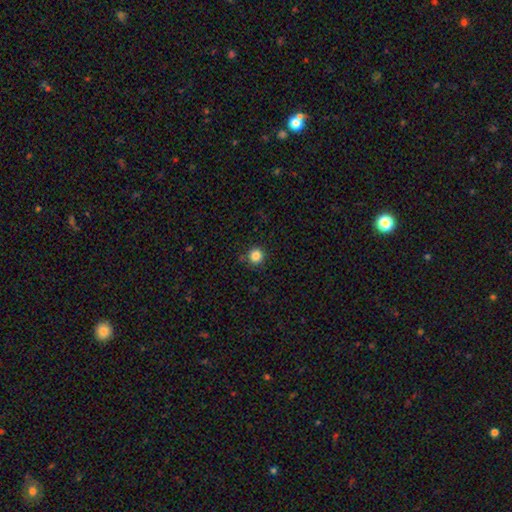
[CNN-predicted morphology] Smooth or featured?
  - smooth: 85% *
  - star or artifact: 11%
  - featured or disk: 4%
How rounded?
  - round: 94% *
  - in between: 5%
  - cigar-shaped: 1%
Merging?
  - none: 85% *
  - minor disturbance: 10%
  - major disturbance: 3%
  - merger: 2%